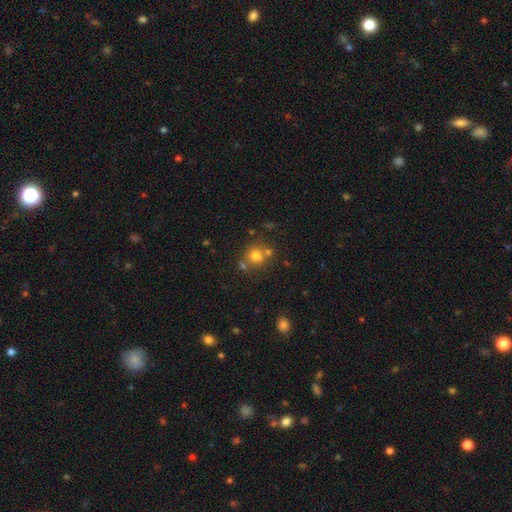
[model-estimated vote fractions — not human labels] The model was most divided on "merging": none: 61%, merger: 23%, minor disturbance: 12%, major disturbance: 5%. More confident: how rounded — round (81%); smooth or featured — smooth (73%).